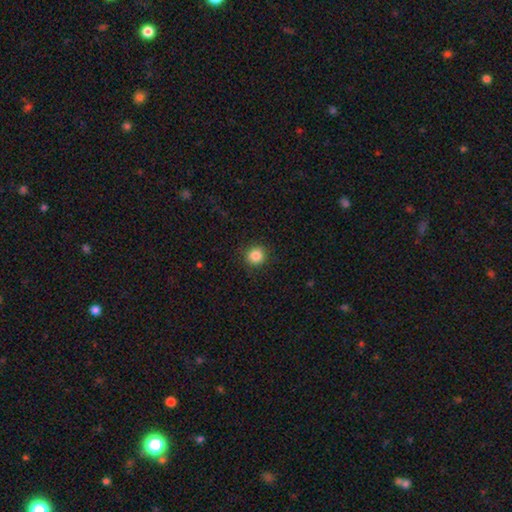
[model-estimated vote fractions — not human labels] smooth_or_featured: smooth (p=0.86) [alt: star or artifact p=0.10]
how_rounded: round (p=0.90) [alt: in between p=0.09]
merging: none (p=0.89) [alt: minor disturbance p=0.07]